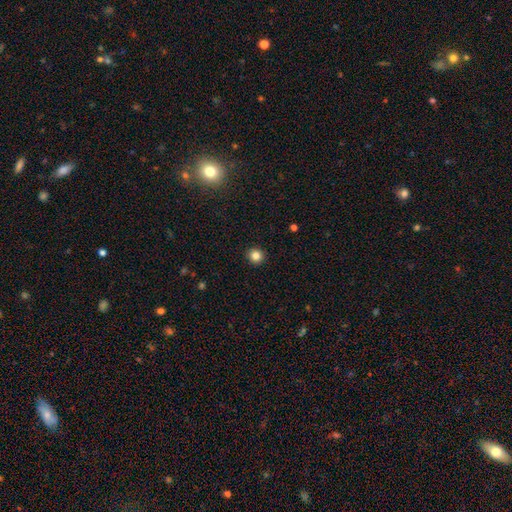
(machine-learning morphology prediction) The model was most divided on "smooth or featured": smooth: 83%, star or artifact: 12%, featured or disk: 5%. More confident: merging — none (93%); how rounded — round (93%).